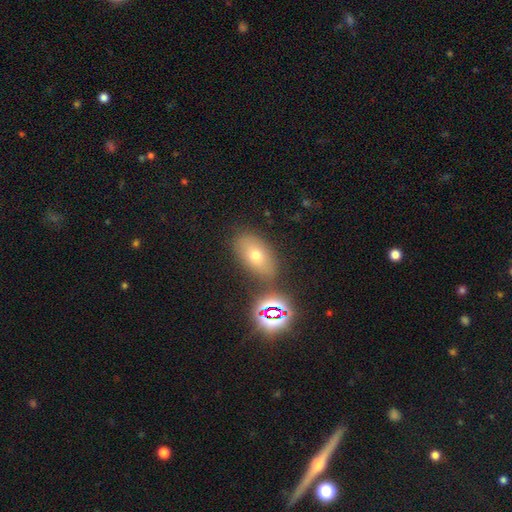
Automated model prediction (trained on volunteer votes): smooth 59%, star or artifact 23%, featured or disk 19%. Down the decision tree: how rounded — in between (85%); merging — none (78%).